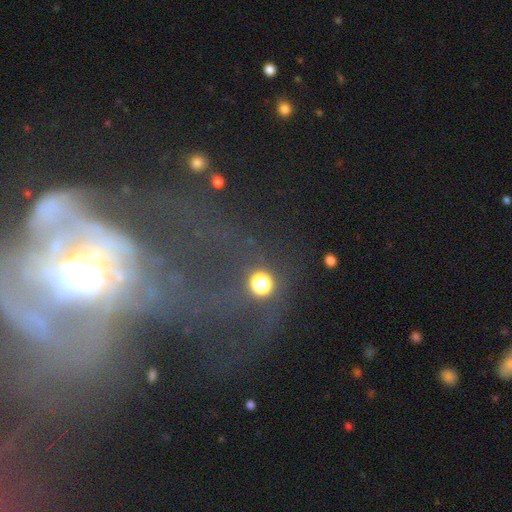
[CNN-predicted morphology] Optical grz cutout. It shows a featured or disk galaxy (58%) with no bar (73%), no spiral arms (66%) and a moderate central bulge (59%). Merging: major disturbance (54%).